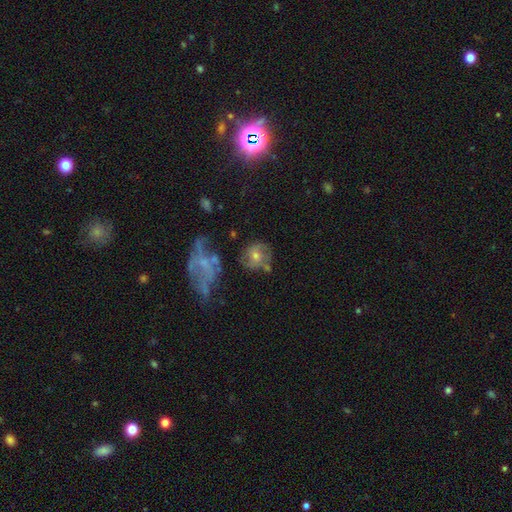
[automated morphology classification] This appears to be a featured or disk galaxy (50%). Merging: none (55%).